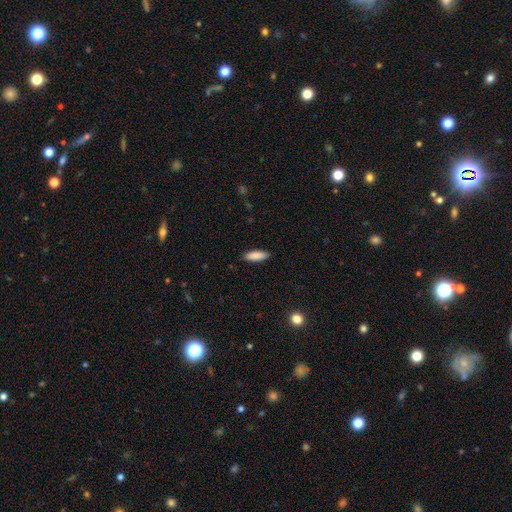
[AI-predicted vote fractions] Smooth or featured? smooth (89%)
How rounded? in between (58%)
Merging? none (89%)